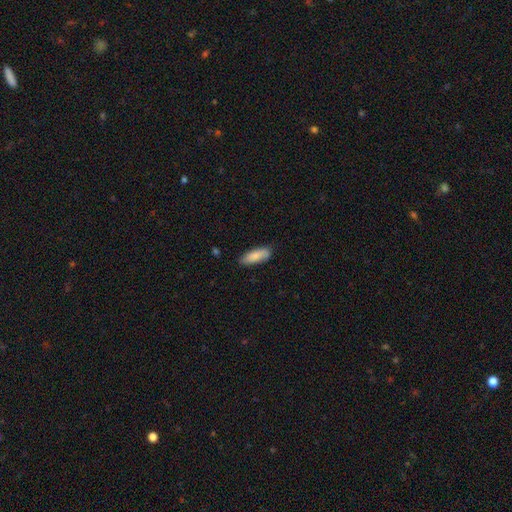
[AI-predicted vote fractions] This appears to be a smooth galaxy with no disk features (83%) that is in between round and cigar-shaped (66%). Merging: none (77%).